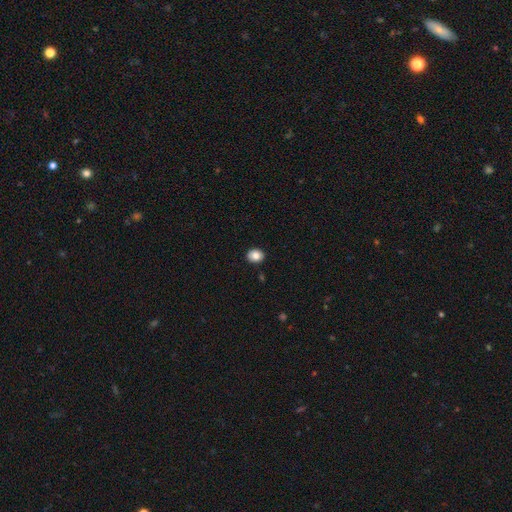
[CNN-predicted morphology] smooth_or_featured: smooth (p=0.84) [alt: star or artifact p=0.09]
how_rounded: round (p=0.60) [alt: in between p=0.39]
merging: none (p=0.91) [alt: minor disturbance p=0.06]